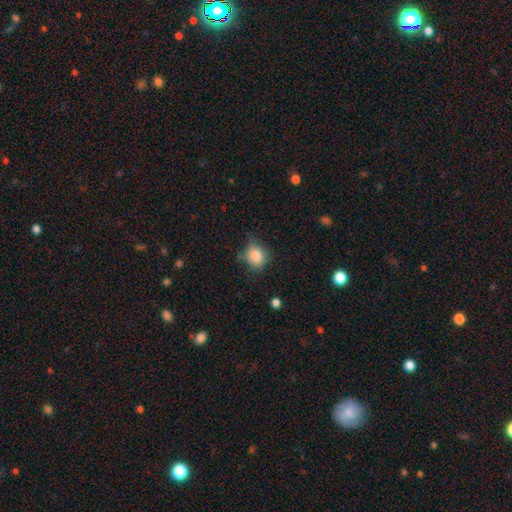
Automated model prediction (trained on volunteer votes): This is clearly a smooth galaxy (83%). How rounded: possibly round (58%). Merging: likely none (61%).